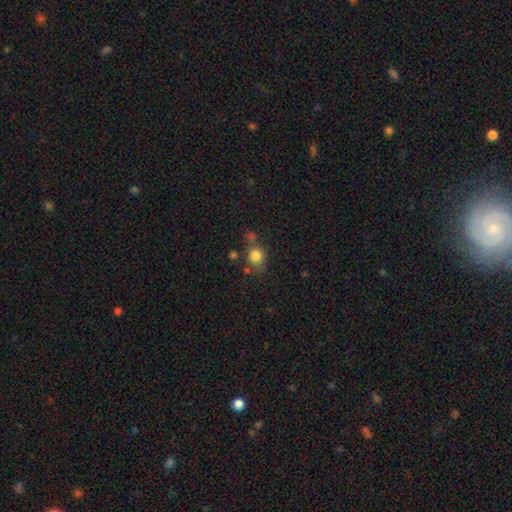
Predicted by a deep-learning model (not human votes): Smooth or featured: smooth — 81% (star or artifact — 11%)
How rounded: round — 77% (in between — 22%)
Merging: none — 58% (merger — 18%)